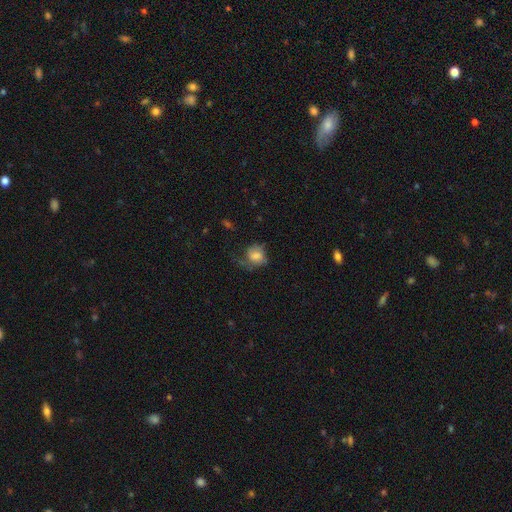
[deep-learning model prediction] smooth 65%, featured or disk 26%, star or artifact 9%. Down the decision tree: how rounded — round (61%); merging — major disturbance (38%).